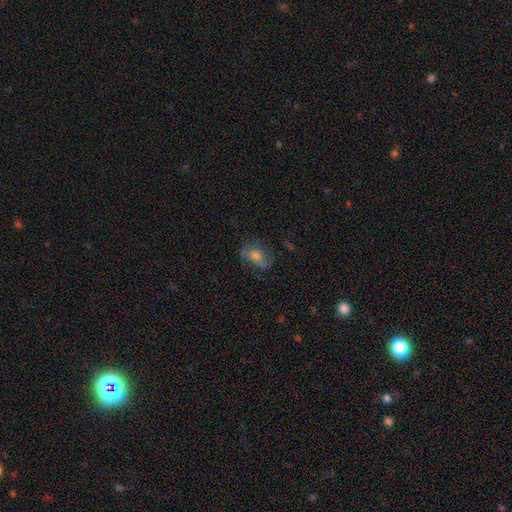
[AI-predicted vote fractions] Morphology: type=smooth (47%); merging=none (63%).